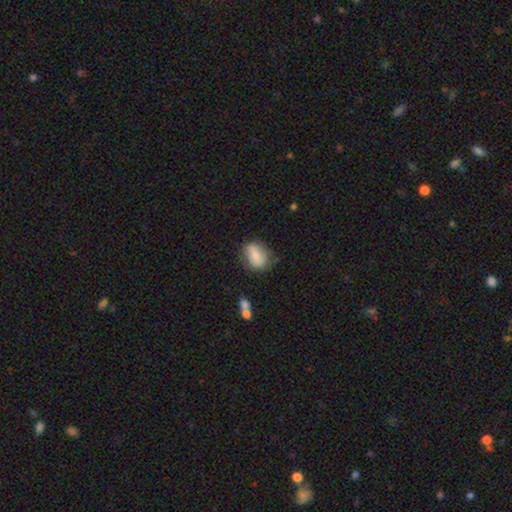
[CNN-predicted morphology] smooth_or_featured: smooth (p=0.72) [alt: featured or disk p=0.20]
how_rounded: in between (p=0.63) [alt: round p=0.35]
merging: none (p=0.65) [alt: minor disturbance p=0.24]